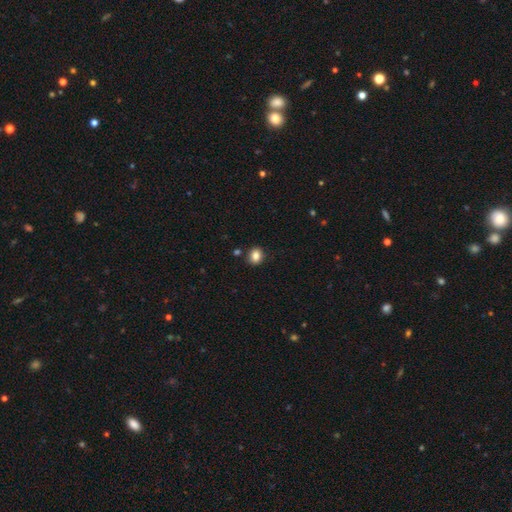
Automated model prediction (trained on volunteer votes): smooth 84%, star or artifact 10%, featured or disk 6%. Down the decision tree: how rounded — round (54%); merging — none (84%).